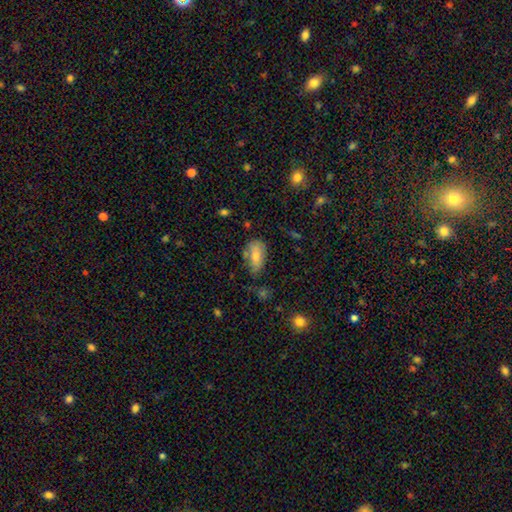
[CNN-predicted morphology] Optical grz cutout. It shows a smooth galaxy with no disk features (65%) that is in between round and cigar-shaped (87%). Merging: none (55%).